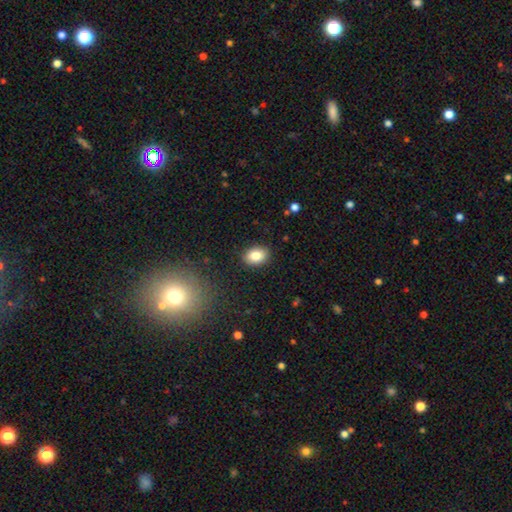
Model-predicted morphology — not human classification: type=smooth (84%); roundness=in between (76%); merging=none (88%).